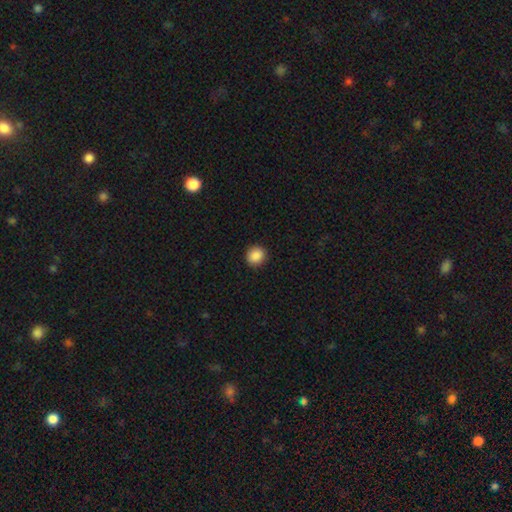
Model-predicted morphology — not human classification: The model was most divided on "how rounded": round: 84%, in between: 15%, cigar-shaped: 1%. More confident: merging — none (92%); smooth or featured — smooth (89%).